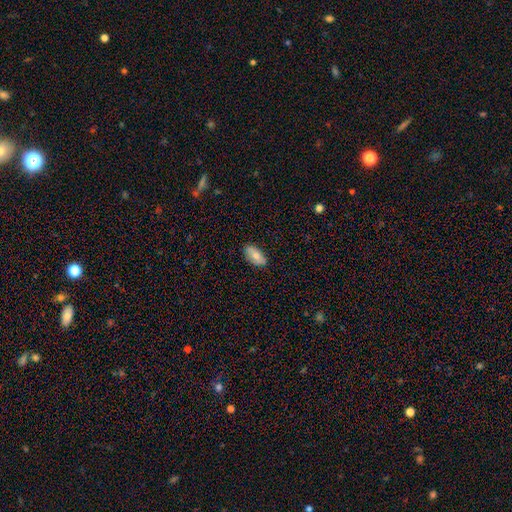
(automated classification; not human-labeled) Q: Smooth or featured?
A: smooth (71%); runner-up: featured or disk (22%)
Q: How rounded?
A: in between (91%); runner-up: cigar-shaped (6%)
Q: Merging?
A: none (85%); runner-up: minor disturbance (11%)